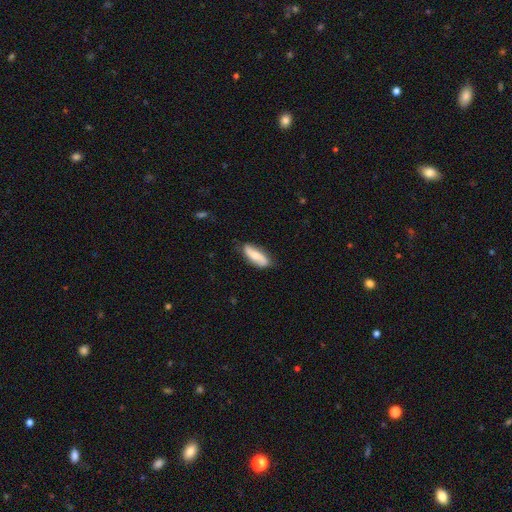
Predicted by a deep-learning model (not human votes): Q: Smooth or featured?
A: smooth (48%); runner-up: featured or disk (46%)
Q: Merging?
A: none (80%); runner-up: minor disturbance (15%)